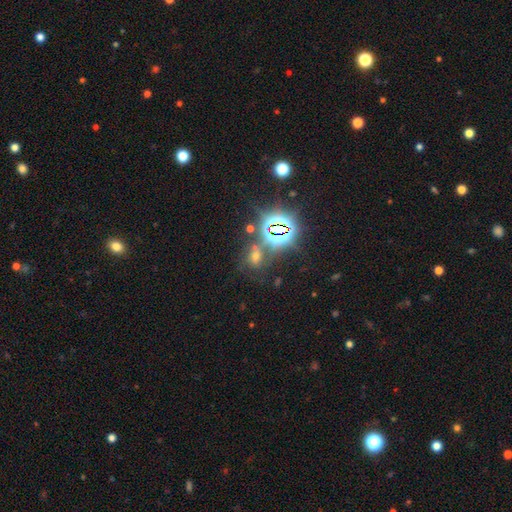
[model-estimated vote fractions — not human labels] Smooth or featured?
  - star or artifact: 61% *
  - smooth: 27%
  - featured or disk: 12%